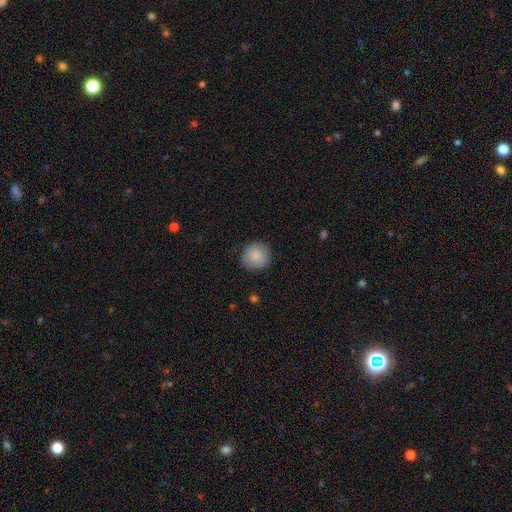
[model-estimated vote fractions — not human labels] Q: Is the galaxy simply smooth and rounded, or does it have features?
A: smooth — 86%.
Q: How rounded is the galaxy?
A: round — 91%.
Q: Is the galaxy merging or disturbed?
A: none — 87%.